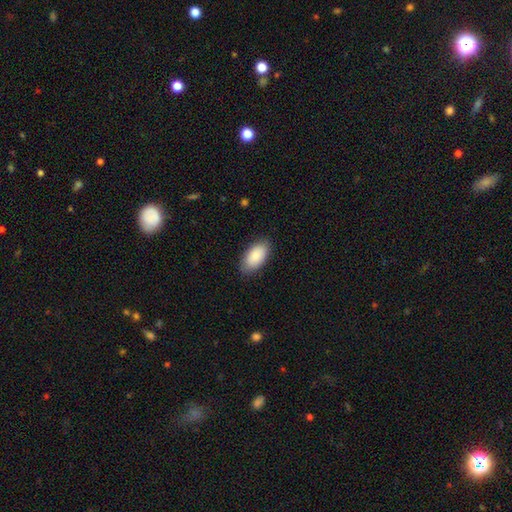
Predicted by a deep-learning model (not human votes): smooth_or_featured: smooth (p=0.87) [alt: featured or disk p=0.07]
how_rounded: in between (p=0.95) [alt: cigar-shaped p=0.03]
merging: none (p=0.85) [alt: minor disturbance p=0.12]